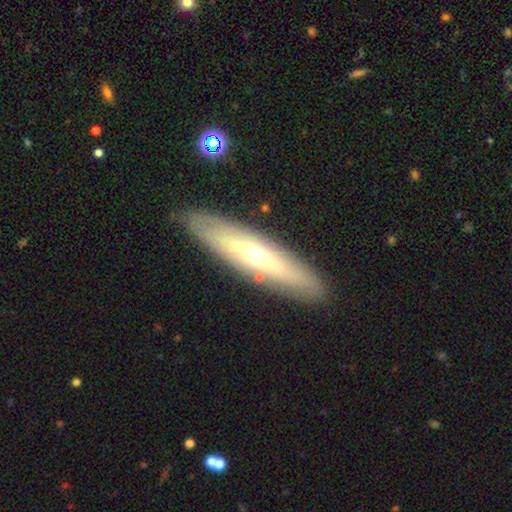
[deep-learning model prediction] A featured or disk galaxy (63%) viewed edge-on (53%). Merging: none (86%).